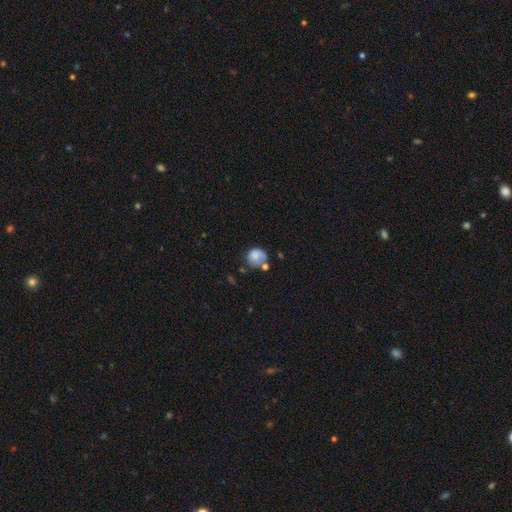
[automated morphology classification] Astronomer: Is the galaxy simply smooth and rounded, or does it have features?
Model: smooth — 71%.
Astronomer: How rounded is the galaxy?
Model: round — 76%.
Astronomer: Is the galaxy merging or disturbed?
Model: none — 41% (runner-up: minor disturbance, 26%).